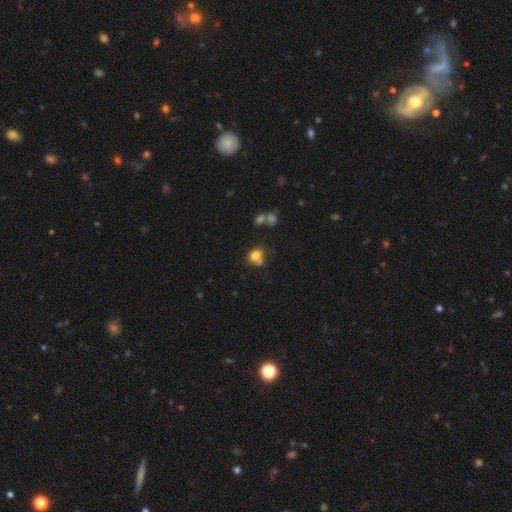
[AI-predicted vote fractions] Smooth or featured? smooth (78%)
How rounded? round (60%)
Merging? none (54%)